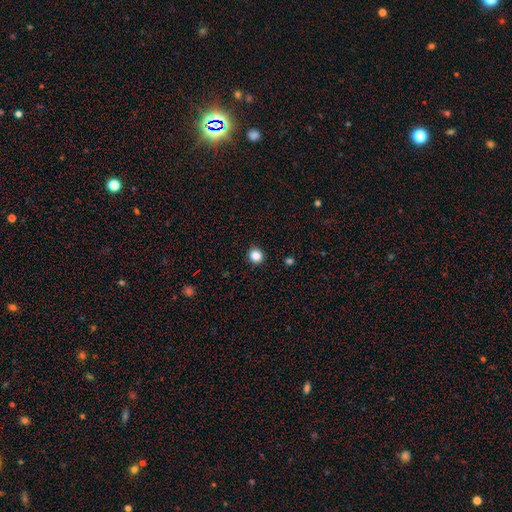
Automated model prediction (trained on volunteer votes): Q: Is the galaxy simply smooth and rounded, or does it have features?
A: smooth — 85%.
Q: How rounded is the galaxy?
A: round — 89%.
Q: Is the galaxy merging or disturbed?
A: none — 92%.